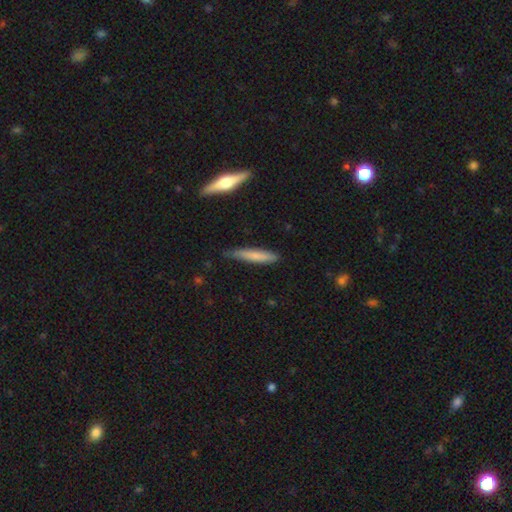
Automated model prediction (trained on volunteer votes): smooth_or_featured: smooth (p=0.67) [alt: featured or disk p=0.27]
how_rounded: cigar-shaped (p=0.89) [alt: in between p=0.09]
merging: none (p=0.78) [alt: minor disturbance p=0.18]